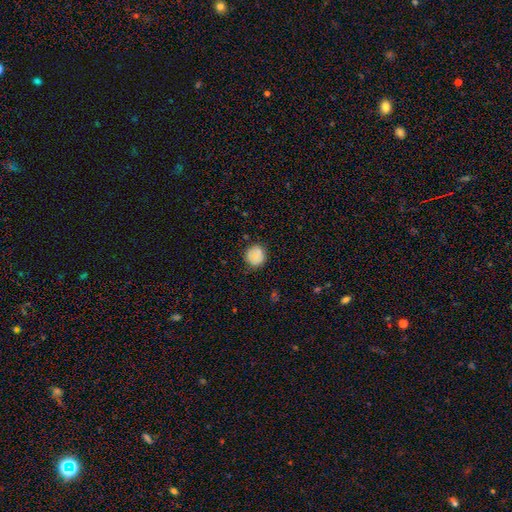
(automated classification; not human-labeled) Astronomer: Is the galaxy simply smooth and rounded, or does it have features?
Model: smooth — 78%.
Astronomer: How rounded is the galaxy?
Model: round — 91%.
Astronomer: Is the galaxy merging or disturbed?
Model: none — 81%.